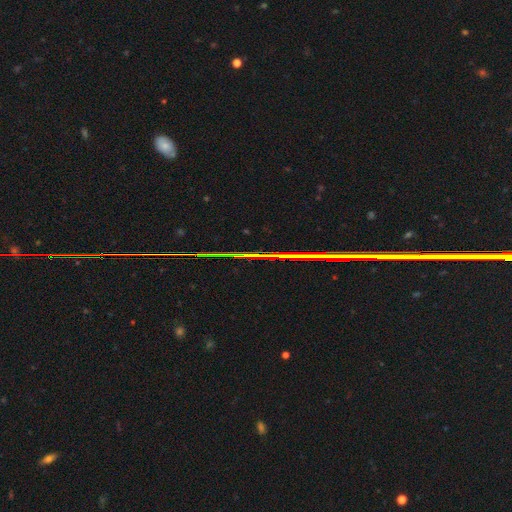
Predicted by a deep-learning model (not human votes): Smooth or featured? star or artifact (83%)